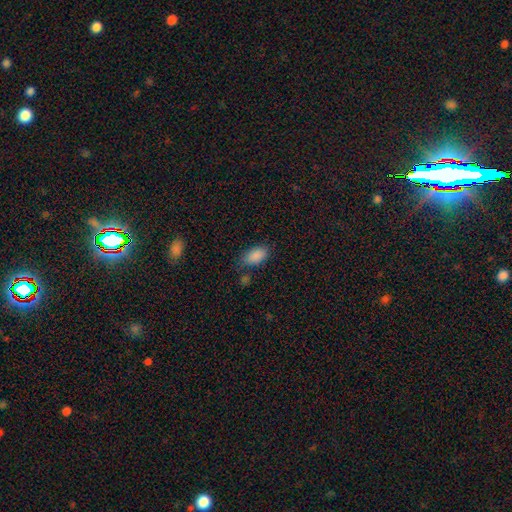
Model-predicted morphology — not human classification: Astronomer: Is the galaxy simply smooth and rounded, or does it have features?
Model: smooth — 87%.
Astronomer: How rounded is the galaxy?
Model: in between — 92%.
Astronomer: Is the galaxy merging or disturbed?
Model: none — 68%.